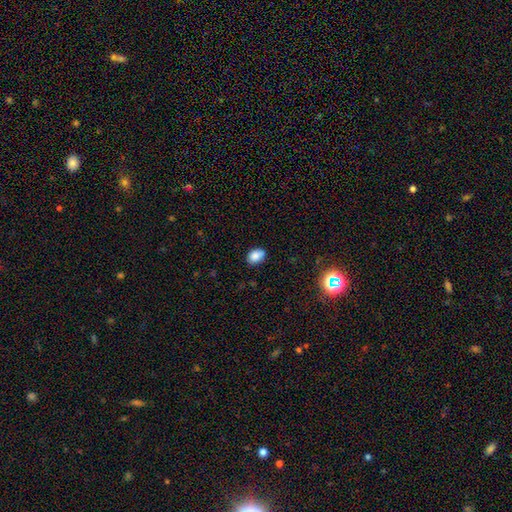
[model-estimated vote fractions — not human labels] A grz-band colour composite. It shows a smooth galaxy with no disk features (84%) that is in between round and cigar-shaped (78%). Merging: none (74%).